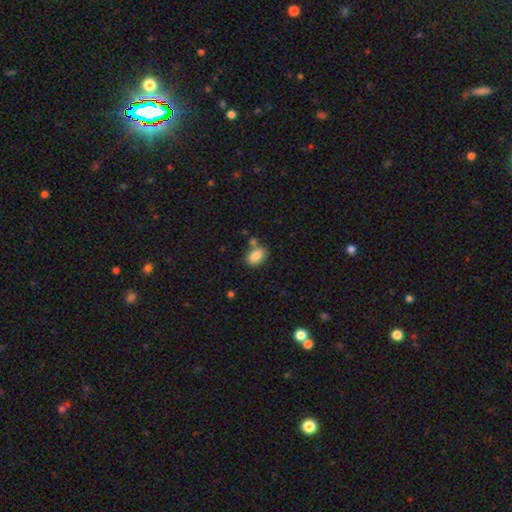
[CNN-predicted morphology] smooth_or_featured: smooth (p=0.86) [alt: star or artifact p=0.08]
how_rounded: in between (p=0.86) [alt: round p=0.12]
merging: none (p=0.66) [alt: merger p=0.16]